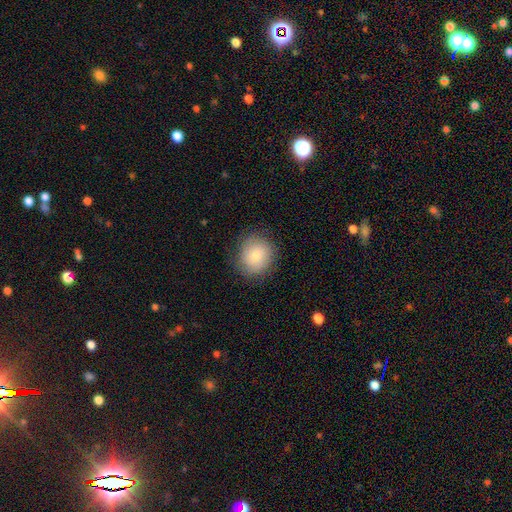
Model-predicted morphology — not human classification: Overall: smooth (77%). How rounded: round (81%). Merging: none (81%).